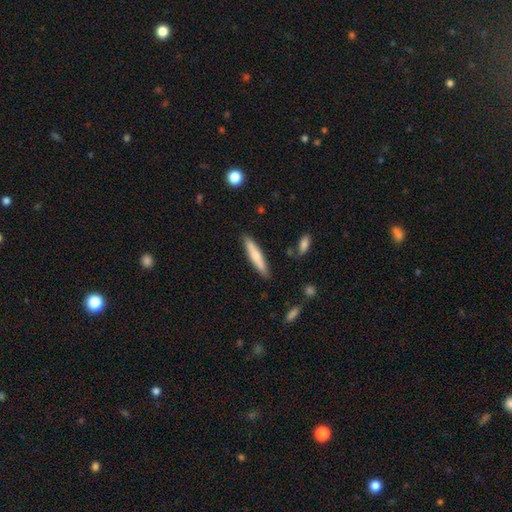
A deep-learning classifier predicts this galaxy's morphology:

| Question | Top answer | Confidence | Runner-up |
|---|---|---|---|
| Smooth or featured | smooth | 66% | featured or disk (28%) |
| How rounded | cigar-shaped | 89% | in between (10%) |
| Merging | none | 86% | minor disturbance (10%) |